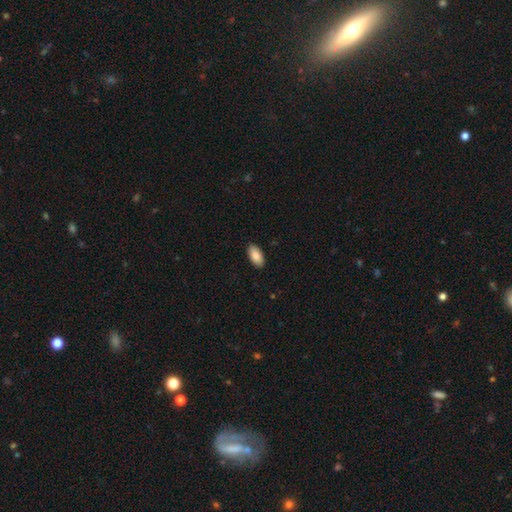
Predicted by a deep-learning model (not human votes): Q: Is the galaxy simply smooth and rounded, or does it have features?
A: smooth — 88%.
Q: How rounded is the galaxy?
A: in between — 94%.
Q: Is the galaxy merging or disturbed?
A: none — 89%.